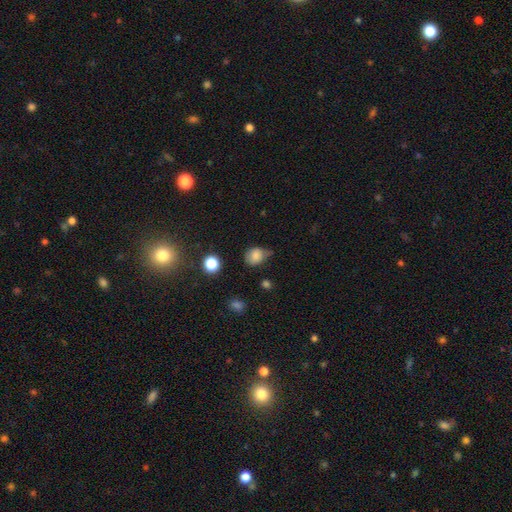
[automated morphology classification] smooth-or-featured: smooth: 81% | star or artifact: 11% | featured or disk: 7%
  how-rounded: round: 56% | in between: 43% | cigar-shaped: 1%
  merging: none: 48% | minor disturbance: 38% | major disturbance: 10% | merger: 4%